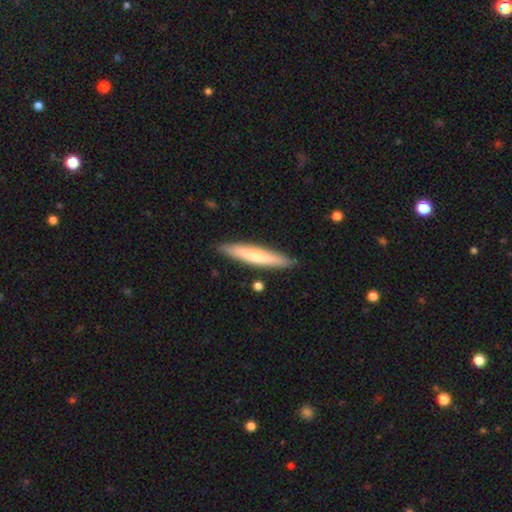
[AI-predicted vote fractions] Smooth or featured?
  - smooth: 57% *
  - featured or disk: 38%
  - star or artifact: 5%
How rounded?
  - cigar-shaped: 91% *
  - in between: 7%
  - round: 1%
Merging?
  - none: 89% *
  - minor disturbance: 8%
  - merger: 2%
  - major disturbance: 2%